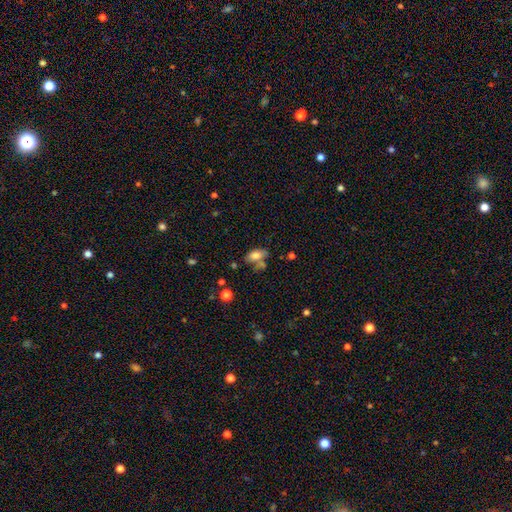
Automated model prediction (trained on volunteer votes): Smooth or featured?
  - smooth: 76% *
  - featured or disk: 15%
  - star or artifact: 9%
How rounded?
  - in between: 88% *
  - round: 6%
  - cigar-shaped: 6%
Merging?
  - none: 52% *
  - merger: 22%
  - minor disturbance: 19%
  - major disturbance: 7%